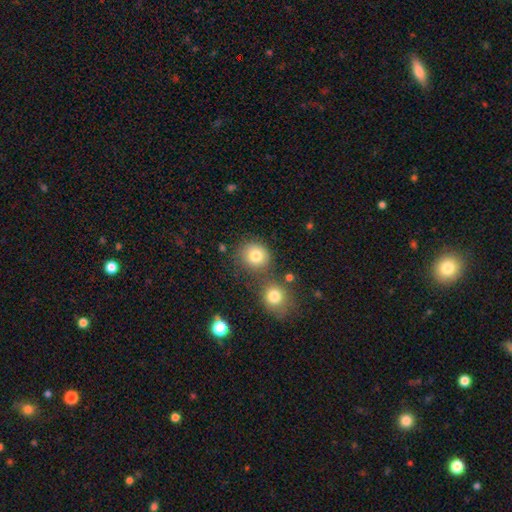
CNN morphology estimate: A smooth galaxy with no disk features (81%) that is round (85%). Merging: none (69%).